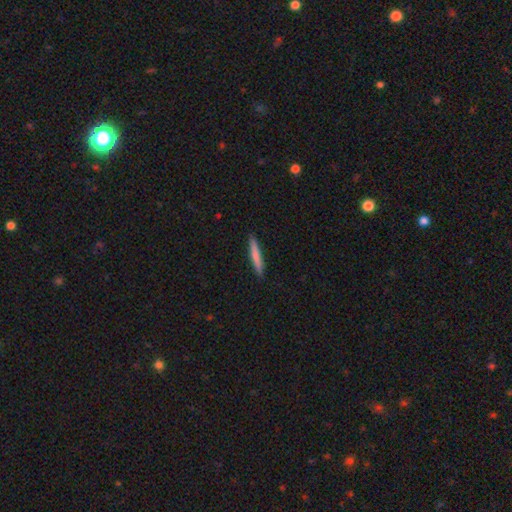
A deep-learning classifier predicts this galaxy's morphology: Smooth or featured? Predicted: smooth (p=0.73). How rounded? Predicted: cigar-shaped (p=0.95). Merging? Predicted: none (p=0.92).